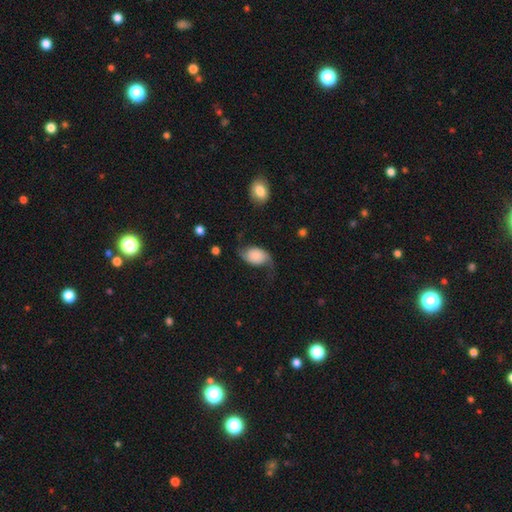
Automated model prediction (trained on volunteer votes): Smooth or featured? Predicted: featured or disk (p=0.56). Edge-on disk? Predicted: no (p=0.96). Bar? Predicted: no (p=0.75). Spiral arms? Predicted: yes (p=0.92). Bulge size? Predicted: dominant (p=0.28). Merging? Predicted: none (p=0.55).